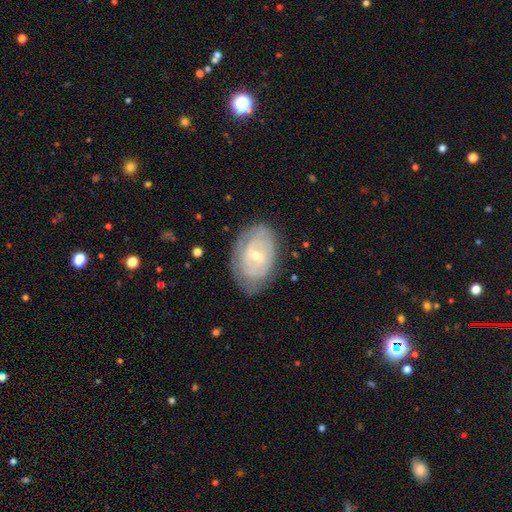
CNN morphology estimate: smooth-or-featured: featured or disk: 71% | smooth: 22% | star or artifact: 7%
  disk-edge-on: no: 95% | yes: 5%
    bar: weak: 52% | no: 31% | strong: 17%
    has-spiral-arms: yes: 73% | no: 27%
    bulge-size: small: 62% | moderate: 35% | large: 1% | none: 1% | dominant: 1%
  merging: none: 74% | minor disturbance: 19% | major disturbance: 6% | merger: 1%